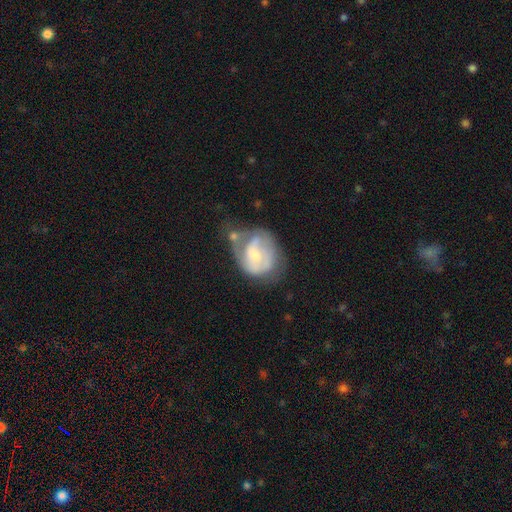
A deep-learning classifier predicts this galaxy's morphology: Smooth or featured: featured or disk — 66% (smooth — 28%)
Edge-on disk: no — 98% (yes — 2%)
Bar: no — 58% (weak — 35%)
Spiral arms: yes — 72% (no — 28%)
Bulge size: moderate — 45% (small — 41%)
Merging: none — 33% (major disturbance — 27%)